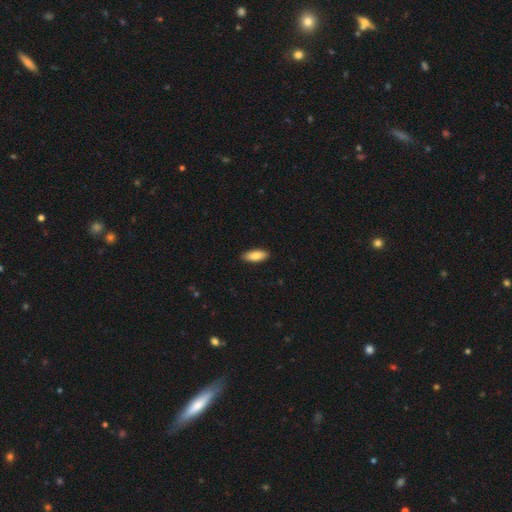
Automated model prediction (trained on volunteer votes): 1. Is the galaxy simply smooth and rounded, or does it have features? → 82% smooth, 12% featured or disk, 6% star or artifact.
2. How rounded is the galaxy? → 78% in between, 20% cigar-shaped, 2% round.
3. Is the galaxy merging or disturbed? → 90% none, 8% minor disturbance, 1% major disturbance, 1% merger.